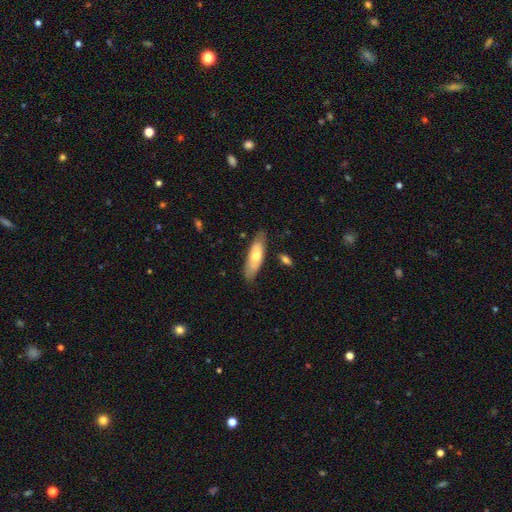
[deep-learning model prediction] smooth_or_featured: smooth (p=0.58) [alt: featured or disk p=0.36]
how_rounded: in between (p=0.63) [alt: cigar-shaped p=0.35]
merging: none (p=0.78) [alt: minor disturbance p=0.17]